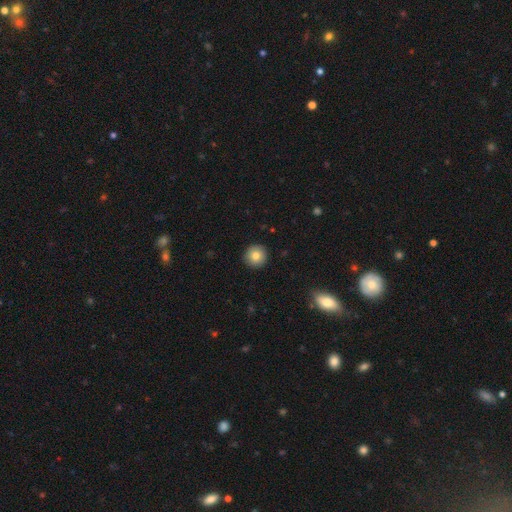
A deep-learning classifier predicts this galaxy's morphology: Smooth or featured? Predicted: smooth (p=0.80). How rounded? Predicted: round (p=0.96). Merging? Predicted: none (p=0.92).